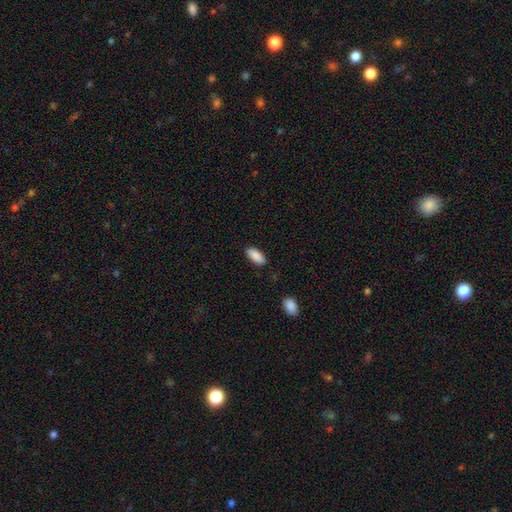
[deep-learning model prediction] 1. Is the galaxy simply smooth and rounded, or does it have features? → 90% smooth, 6% star or artifact, 4% featured or disk.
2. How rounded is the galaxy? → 88% in between, 10% cigar-shaped, 2% round.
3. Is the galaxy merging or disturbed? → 86% none, 10% minor disturbance, 2% major disturbance, 2% merger.